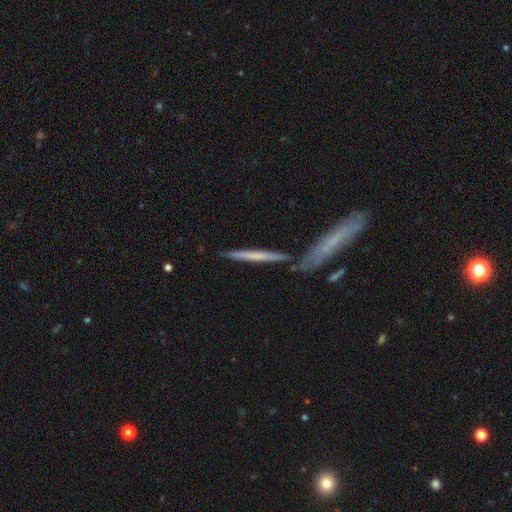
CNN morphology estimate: Smooth or featured? Predicted: smooth (p=0.51). How rounded? Predicted: cigar-shaped (p=0.95). Merging? Predicted: none (p=0.75).